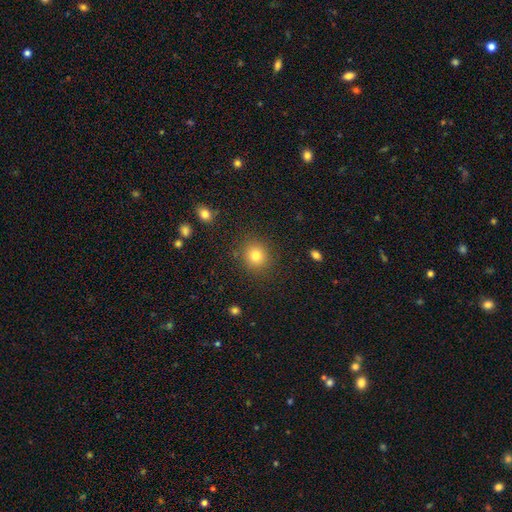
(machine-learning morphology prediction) Overall: smooth (80%). How rounded: round (89%). Merging: none (88%).